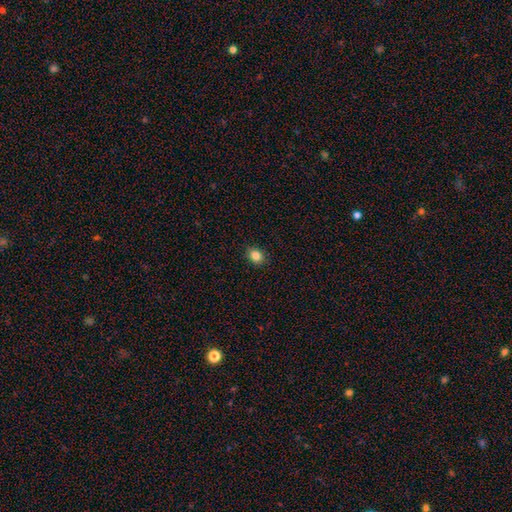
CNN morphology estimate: This is clearly a smooth galaxy (84%). How rounded: possibly in between (50%). Merging: clearly none (90%).